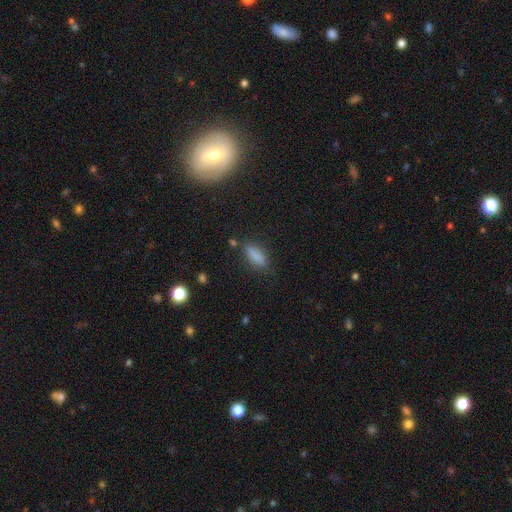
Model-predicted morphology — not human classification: smooth_or_featured: smooth (p=0.83) [alt: star or artifact p=0.10]
how_rounded: in between (p=0.69) [alt: cigar-shaped p=0.28]
merging: none (p=0.77) [alt: minor disturbance p=0.16]